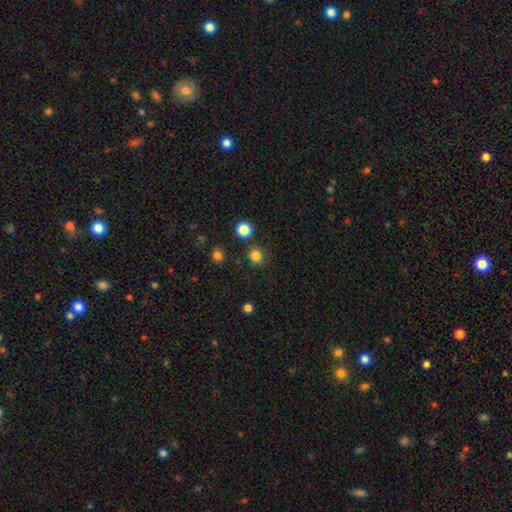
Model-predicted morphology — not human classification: Smooth or featured? Predicted: smooth (p=0.81). How rounded? Predicted: round (p=0.90). Merging? Predicted: none (p=0.82).